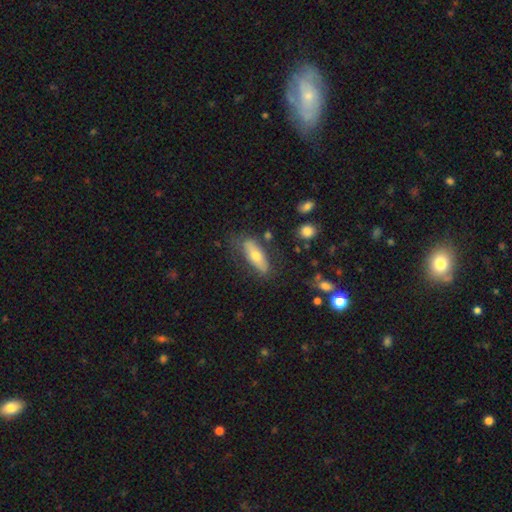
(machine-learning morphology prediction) The model was most divided on "smooth or featured": smooth: 60%, featured or disk: 34%, star or artifact: 6%. More confident: merging — none (72%); how rounded — in between (62%).